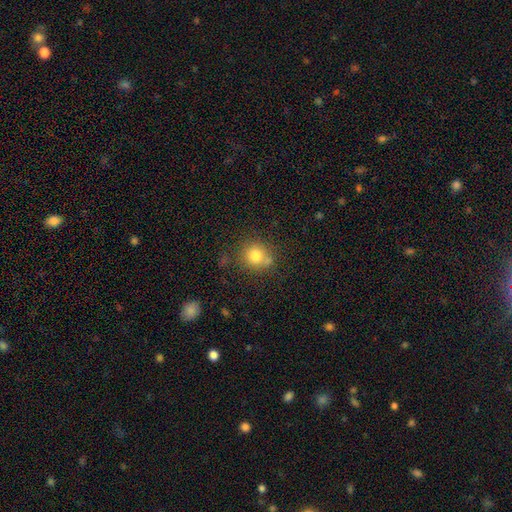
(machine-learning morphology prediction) Smooth or featured: smooth — 78% (star or artifact — 12%)
How rounded: round — 86% (in between — 13%)
Merging: none — 67% (minor disturbance — 14%)